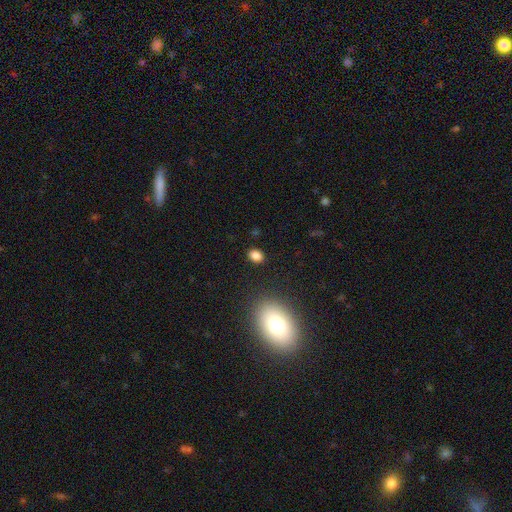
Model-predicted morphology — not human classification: Q: Smooth or featured?
A: smooth (82%); runner-up: star or artifact (13%)
Q: How rounded?
A: in between (63%); runner-up: round (35%)
Q: Merging?
A: none (86%); runner-up: minor disturbance (9%)